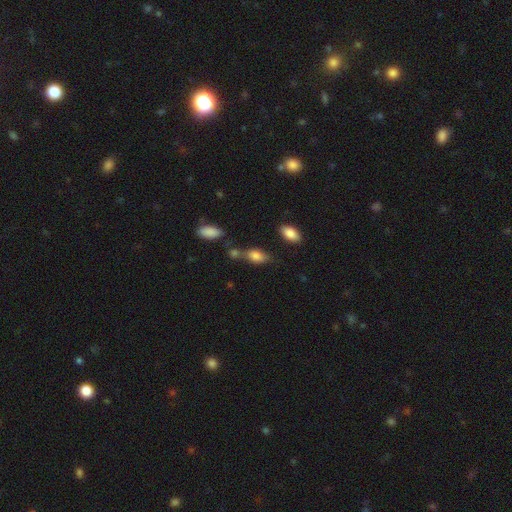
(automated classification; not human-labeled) Smooth or featured? Predicted: smooth (p=0.81). How rounded? Predicted: in between (p=0.86). Merging? Predicted: none (p=0.49).